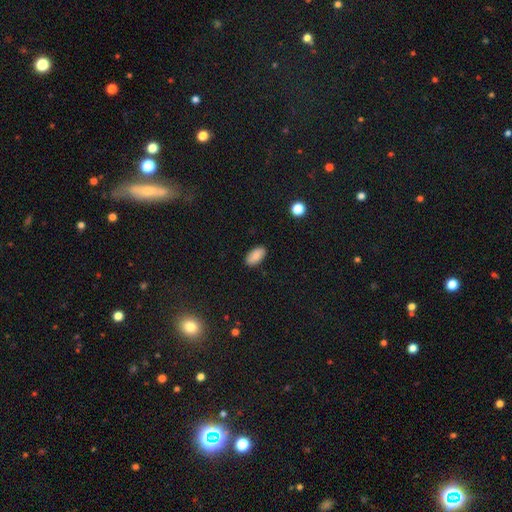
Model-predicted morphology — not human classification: Smooth or featured: smooth — 87% (star or artifact — 8%)
How rounded: in between — 94% (cigar-shaped — 3%)
Merging: none — 88% (minor disturbance — 8%)